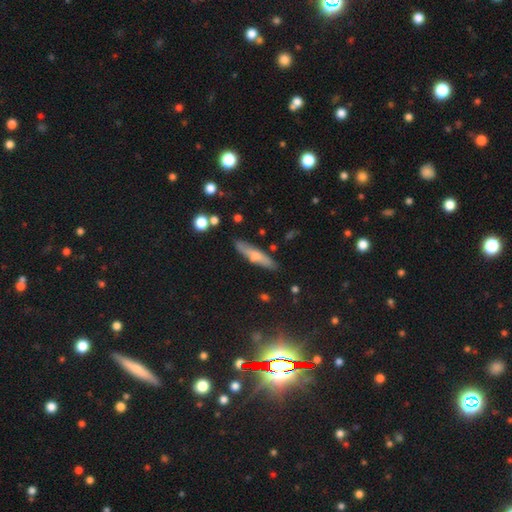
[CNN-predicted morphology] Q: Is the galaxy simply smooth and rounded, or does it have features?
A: smooth — 61%.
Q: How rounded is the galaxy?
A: cigar-shaped — 79%.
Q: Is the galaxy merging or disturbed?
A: none — 80%.